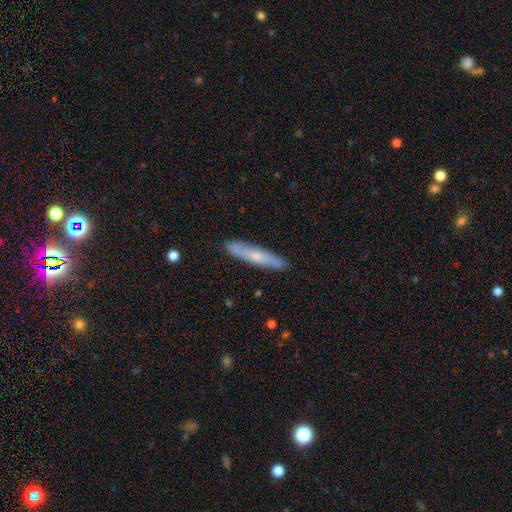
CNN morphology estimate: This appears to be a smooth galaxy with no disk features (48%). Merging: none (85%).